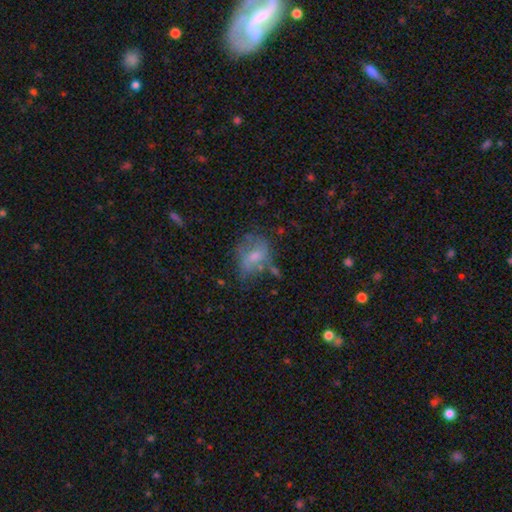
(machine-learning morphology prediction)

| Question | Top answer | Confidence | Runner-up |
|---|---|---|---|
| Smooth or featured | smooth | 48% | featured or disk (39%) |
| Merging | none | 43% | minor disturbance (28%) |